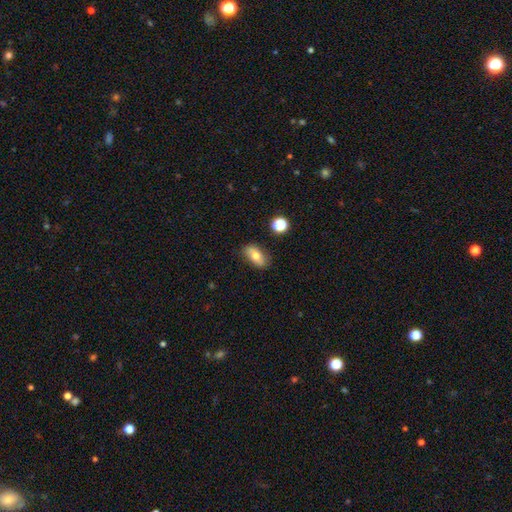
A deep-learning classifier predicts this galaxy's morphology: smooth 67%, featured or disk 24%, star or artifact 9%. Down the decision tree: how rounded — in between (87%); merging — none (79%).